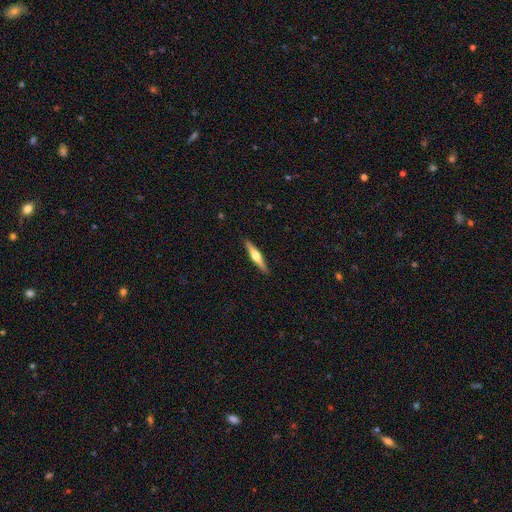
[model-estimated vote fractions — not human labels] This is likely a featured or disk galaxy (64%). It is clearly viewed edge-on (98%). Edge-on bulge: clearly rounded (93%). Merging: clearly none (92%).